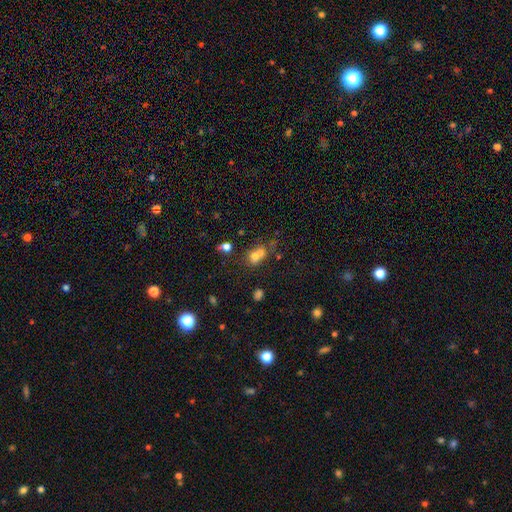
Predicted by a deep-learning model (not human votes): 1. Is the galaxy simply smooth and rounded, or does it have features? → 65% smooth, 19% featured or disk, 16% star or artifact.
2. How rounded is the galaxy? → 62% round, 36% in between, 2% cigar-shaped.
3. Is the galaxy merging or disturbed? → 62% merger, 26% none, 7% minor disturbance, 5% major disturbance.